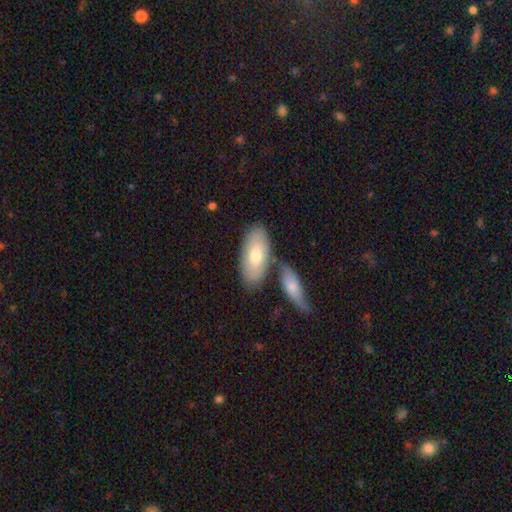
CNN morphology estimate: A smooth galaxy with no disk features (71%) that is in between round and cigar-shaped (89%). Merging: none (67%).